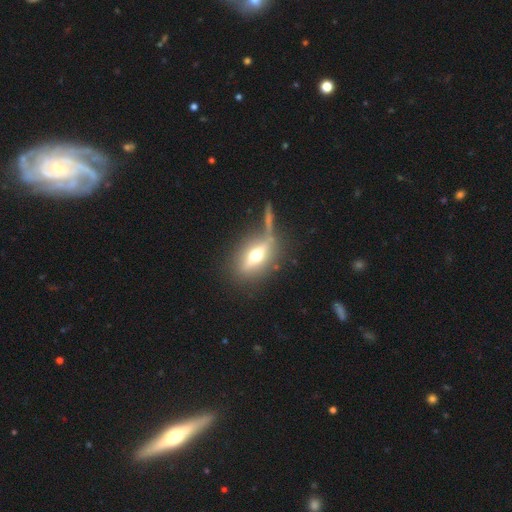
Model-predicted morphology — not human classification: smooth-or-featured: featured or disk: 55% | smooth: 36% | star or artifact: 9%
  disk-edge-on: yes: 74% | no: 26%
  merging: none: 66% | minor disturbance: 13% | merger: 13% | major disturbance: 8%